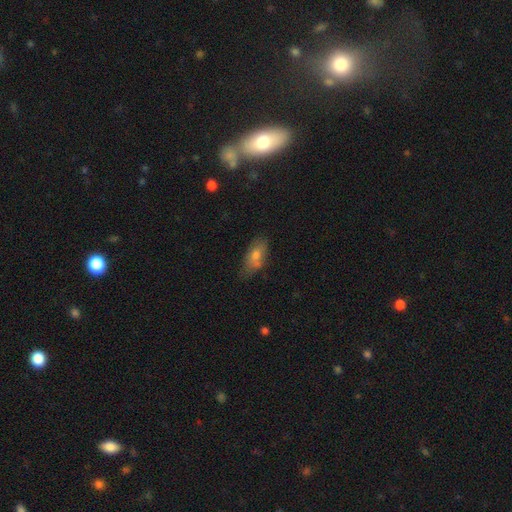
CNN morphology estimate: Q: Smooth or featured?
A: smooth (65%); runner-up: featured or disk (23%)
Q: How rounded?
A: in between (82%); runner-up: cigar-shaped (13%)
Q: Merging?
A: none (65%); runner-up: minor disturbance (25%)